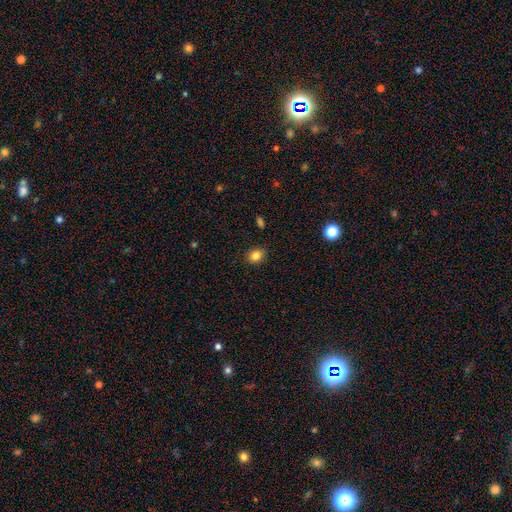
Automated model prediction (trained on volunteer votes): smooth-or-featured: smooth: 84% | star or artifact: 11% | featured or disk: 5%
  how-rounded: in between: 51% | round: 48% | cigar-shaped: 1%
  merging: none: 88% | minor disturbance: 9% | major disturbance: 2% | merger: 1%